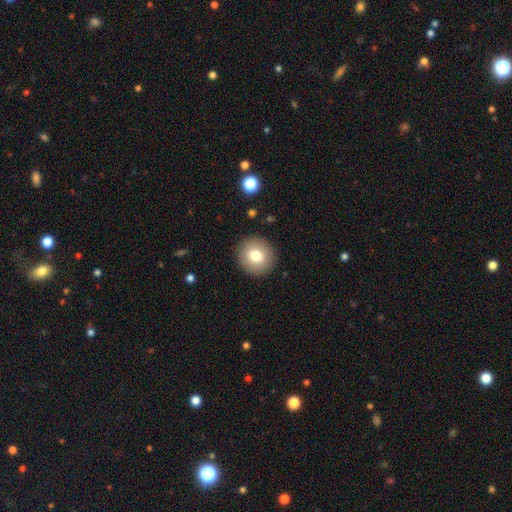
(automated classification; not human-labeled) smooth_or_featured: smooth (p=0.77) [alt: featured or disk p=0.14]
how_rounded: round (p=0.92) [alt: in between p=0.07]
merging: none (p=0.91) [alt: minor disturbance p=0.06]